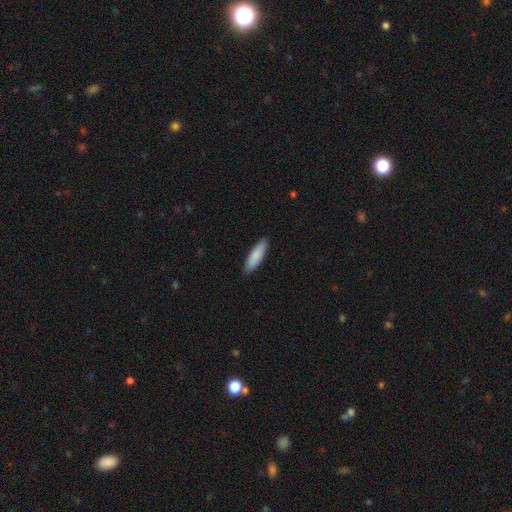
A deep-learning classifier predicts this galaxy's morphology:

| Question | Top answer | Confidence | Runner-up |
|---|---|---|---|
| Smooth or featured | smooth | 87% | featured or disk (8%) |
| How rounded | cigar-shaped | 58% | in between (40%) |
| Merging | none | 89% | minor disturbance (8%) |